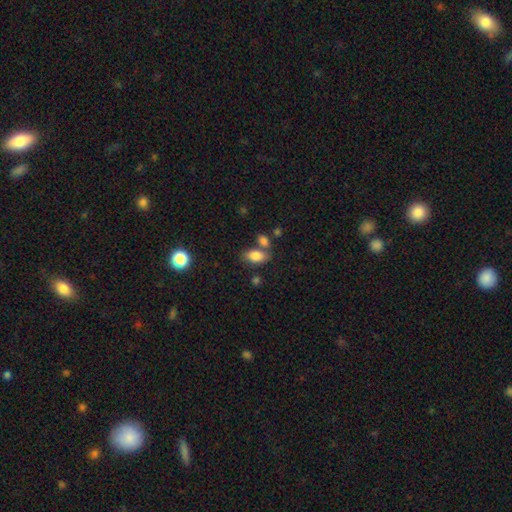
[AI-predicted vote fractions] The model was most divided on "merging": none: 60%, merger: 23%, minor disturbance: 13%, major disturbance: 4%. More confident: how rounded — in between (90%); smooth or featured — smooth (83%).